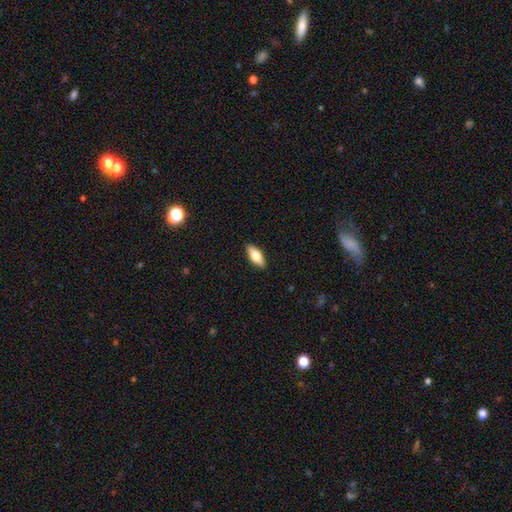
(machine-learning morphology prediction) Smooth or featured? Predicted: smooth (p=0.67). How rounded? Predicted: in between (p=0.75). Merging? Predicted: none (p=0.90).